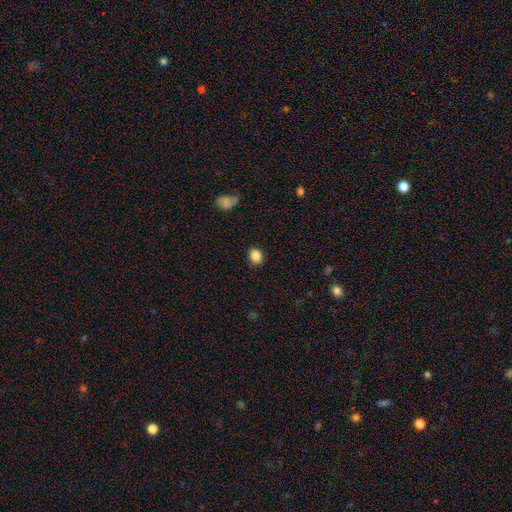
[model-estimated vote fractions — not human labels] Overall: smooth (86%). How rounded: round (59%; in between 40%). Merging: none (87%).